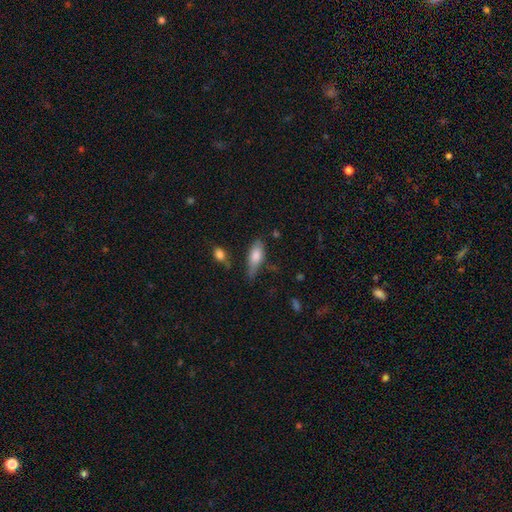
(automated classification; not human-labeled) Smooth or featured?
  - smooth: 75% *
  - featured or disk: 18%
  - star or artifact: 7%
How rounded?
  - in between: 71% *
  - cigar-shaped: 26%
  - round: 3%
Merging?
  - none: 50% *
  - minor disturbance: 34%
  - major disturbance: 11%
  - merger: 5%